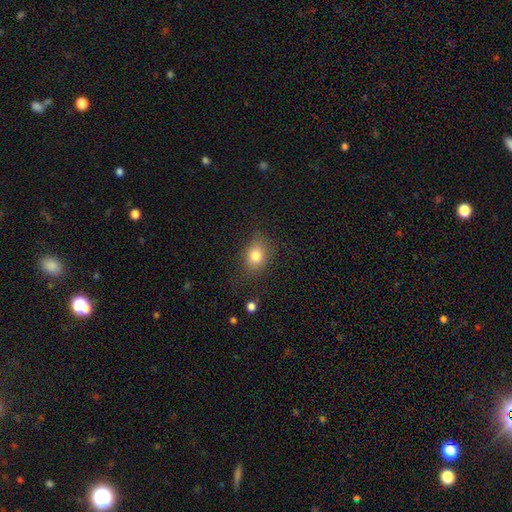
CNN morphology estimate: Overall: smooth (80%). How rounded: in between (58%; round 41%). Merging: none (75%).